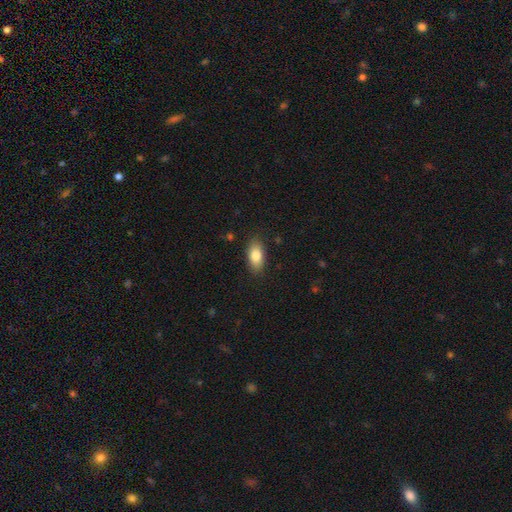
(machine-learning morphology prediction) Smooth or featured? Predicted: smooth (p=0.82). How rounded? Predicted: in between (p=0.90). Merging? Predicted: none (p=0.85).